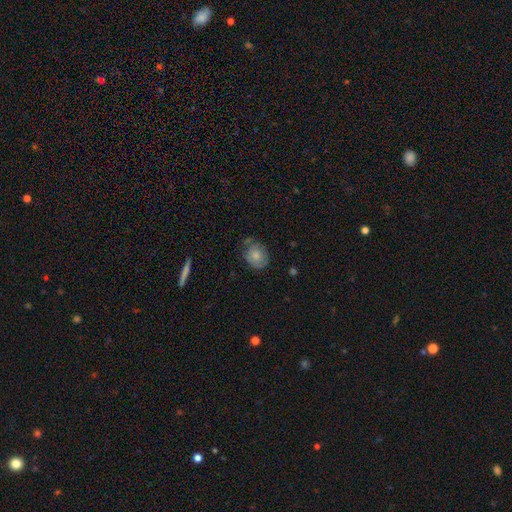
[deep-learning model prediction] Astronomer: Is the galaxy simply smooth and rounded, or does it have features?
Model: smooth — 71%.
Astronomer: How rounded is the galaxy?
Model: round — 58% (runner-up: in between, 41%).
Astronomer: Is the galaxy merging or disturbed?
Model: none — 62%.